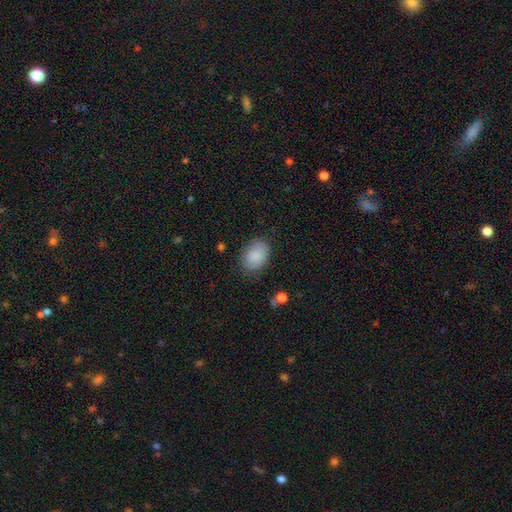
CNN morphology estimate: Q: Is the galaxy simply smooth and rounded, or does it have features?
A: smooth — 87%.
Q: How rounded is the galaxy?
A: in between — 78%.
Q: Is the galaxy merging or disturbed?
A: none — 80%.